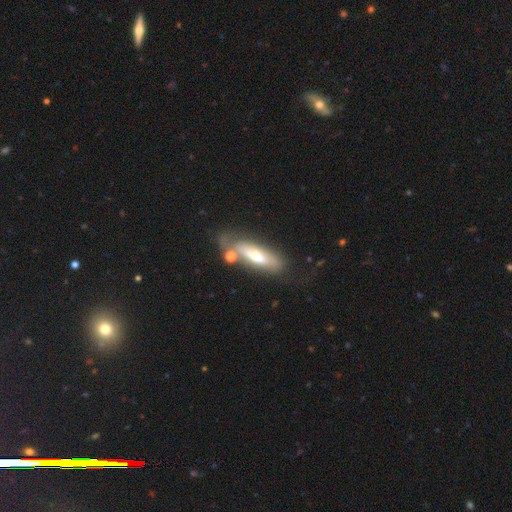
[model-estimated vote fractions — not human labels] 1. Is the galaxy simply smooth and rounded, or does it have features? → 54% featured or disk, 40% smooth, 6% star or artifact.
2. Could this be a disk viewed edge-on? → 57% no, 43% yes.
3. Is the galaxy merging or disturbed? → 52% none, 23% minor disturbance, 13% major disturbance, 11% merger.